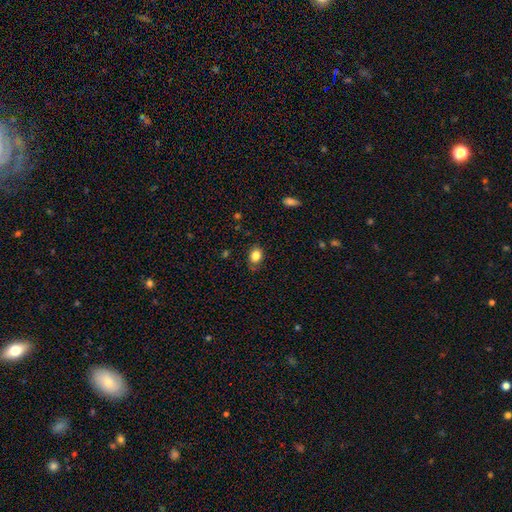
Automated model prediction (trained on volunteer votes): Smooth or featured? Predicted: smooth (p=0.84). How rounded? Predicted: in between (p=0.60). Merging? Predicted: none (p=0.79).